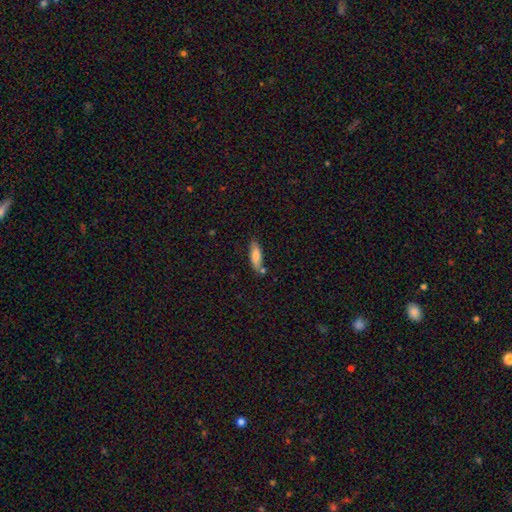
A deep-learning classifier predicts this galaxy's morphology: smooth_or_featured: smooth (p=0.73) [alt: featured or disk p=0.20]
how_rounded: in between (p=0.55) [alt: cigar-shaped p=0.43]
merging: none (p=0.66) [alt: minor disturbance p=0.18]